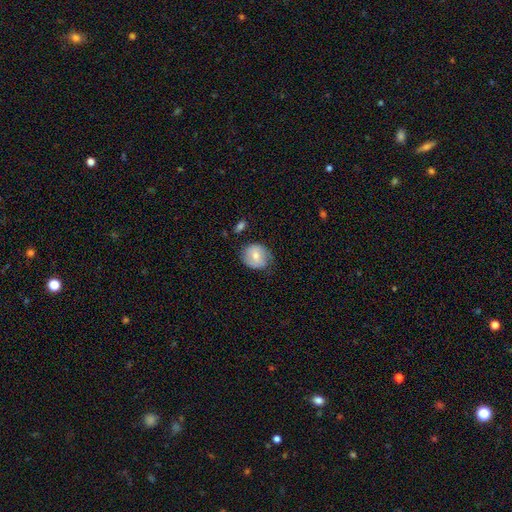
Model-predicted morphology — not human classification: smooth 67%, featured or disk 26%, star or artifact 7%. Down the decision tree: how rounded — round (73%); merging — none (61%).